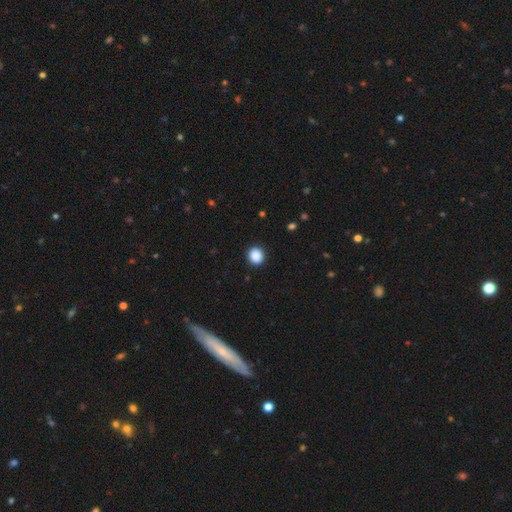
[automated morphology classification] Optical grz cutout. It shows a smooth galaxy with no disk features (89%) that is round (84%). Merging: none (91%).